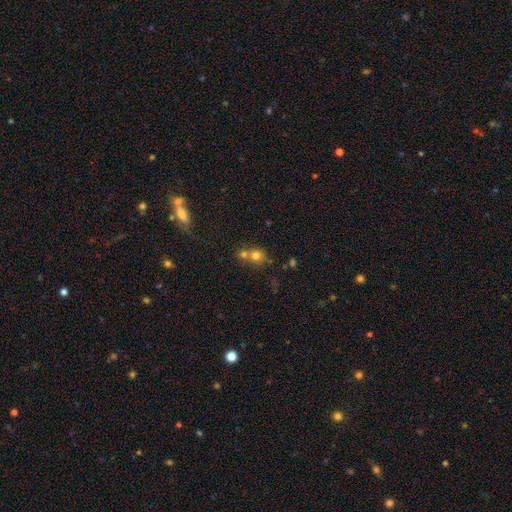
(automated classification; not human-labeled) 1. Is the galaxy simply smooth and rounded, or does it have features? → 72% smooth, 15% star or artifact, 13% featured or disk.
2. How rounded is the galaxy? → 80% round, 19% in between, 1% cigar-shaped.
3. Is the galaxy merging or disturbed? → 47% merger, 42% none, 7% minor disturbance, 3% major disturbance.